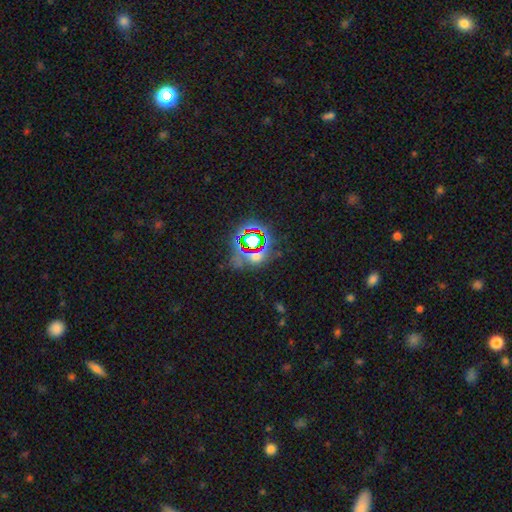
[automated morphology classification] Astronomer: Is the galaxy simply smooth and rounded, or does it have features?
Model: star or artifact — 66%.